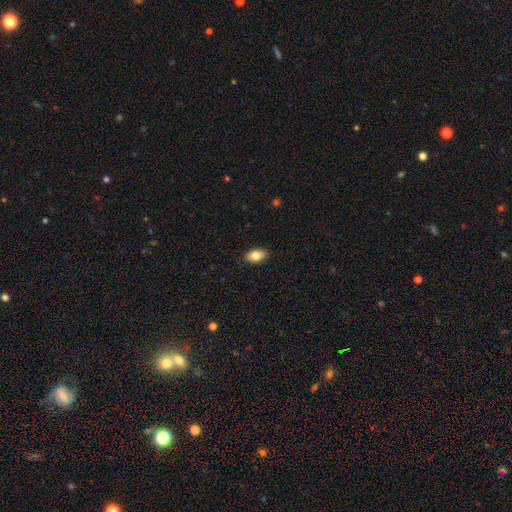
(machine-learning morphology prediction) This is likely a smooth galaxy (80%). How rounded: clearly in between (91%). Merging: clearly none (90%).